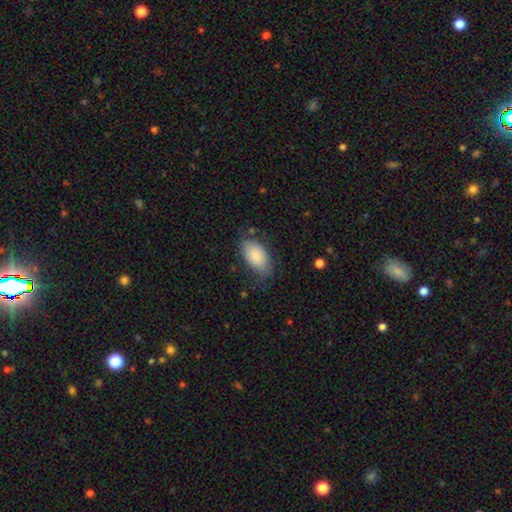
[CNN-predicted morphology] A smooth galaxy with no disk features (83%) that is in between round and cigar-shaped (94%).

Vote fractions:
- Smooth or featured? smooth: 83% / featured or disk: 10% / star or artifact: 6%
- How rounded? in between: 94% / round: 4% / cigar-shaped: 2%
- Merging? none: 66% / minor disturbance: 24% / major disturbance: 8% / merger: 2%